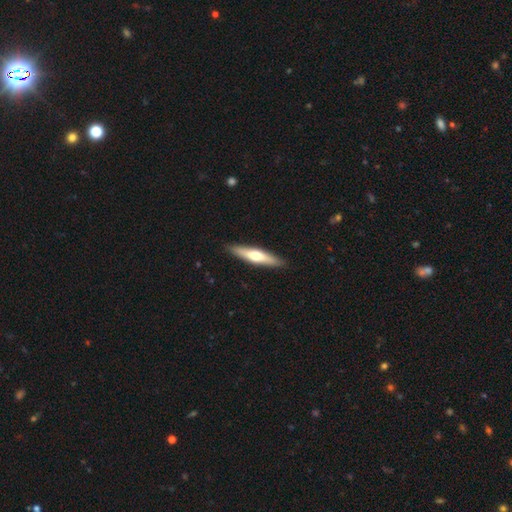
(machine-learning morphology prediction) Q: Smooth or featured?
A: smooth (51%); runner-up: featured or disk (45%)
Q: How rounded?
A: cigar-shaped (83%); runner-up: in between (16%)
Q: Merging?
A: none (89%); runner-up: minor disturbance (8%)